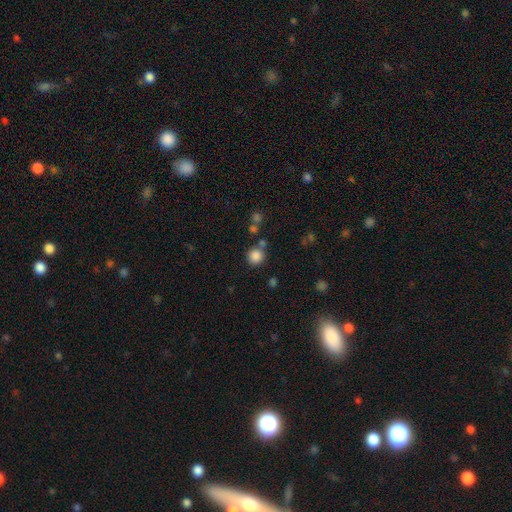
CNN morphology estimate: Overall: smooth (84%). How rounded: round (93%). Merging: none (78%).